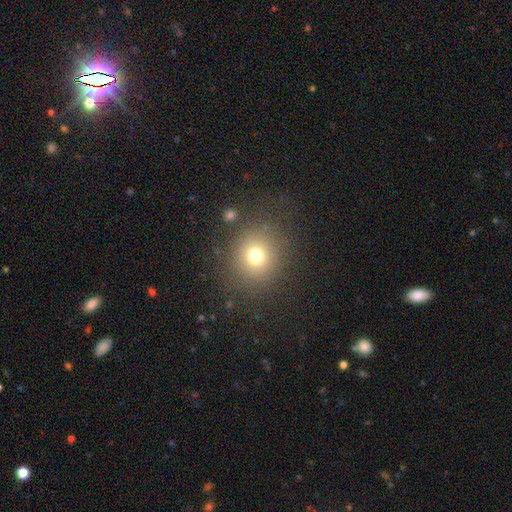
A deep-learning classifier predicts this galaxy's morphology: This appears to be a smooth galaxy with no disk features (73%) that is round (86%). Merging: none (83%).